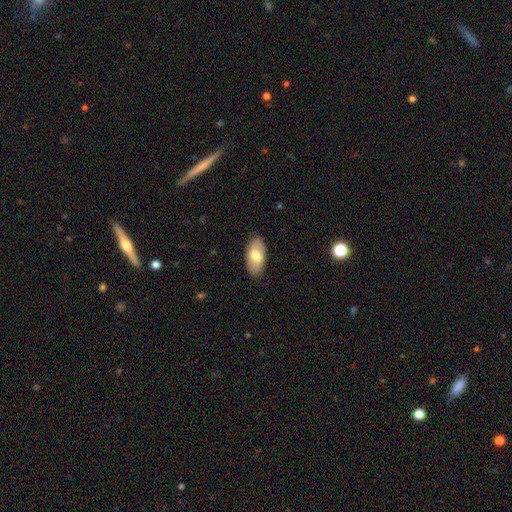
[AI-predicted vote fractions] Smooth or featured? smooth (70%)
How rounded? in between (94%)
Merging? none (87%)